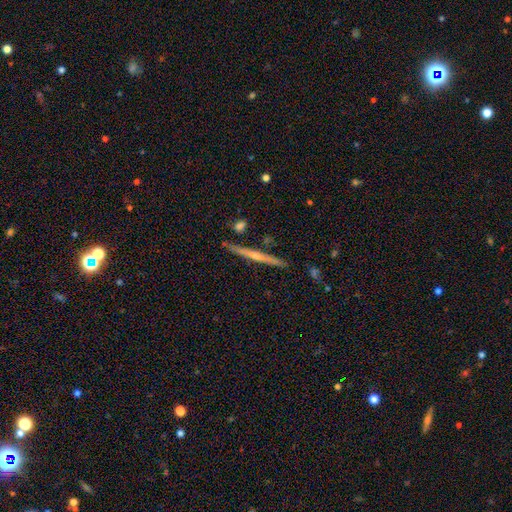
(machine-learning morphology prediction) A featured or disk galaxy (69%) viewed edge-on (98%) with a rounded central bulge (55%).

Vote fractions:
- Smooth or featured? featured or disk: 69% / smooth: 25% / star or artifact: 6%
- Edge-on disk? yes: 98% / no: 2%
- Edge-on bulge? rounded: 55% / none: 39% / boxy: 7%
- Merging? none: 89% / minor disturbance: 7% / merger: 2% / major disturbance: 1%